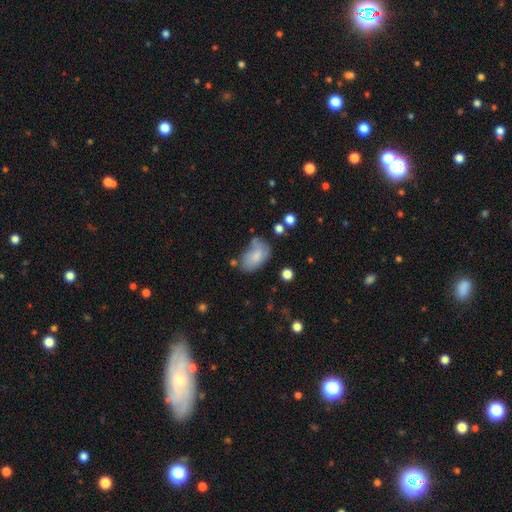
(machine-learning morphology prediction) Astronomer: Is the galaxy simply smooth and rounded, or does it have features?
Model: smooth — 74%.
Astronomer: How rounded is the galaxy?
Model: in between — 90%.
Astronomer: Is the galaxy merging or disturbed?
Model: none — 43% (runner-up: minor disturbance, 32%).